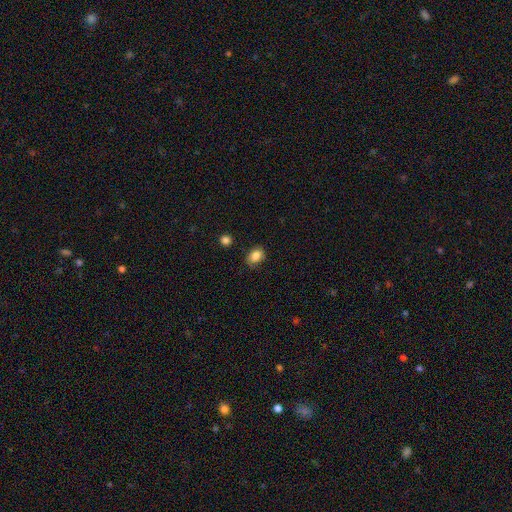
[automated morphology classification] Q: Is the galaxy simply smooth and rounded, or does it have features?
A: smooth — 84%.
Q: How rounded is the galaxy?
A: in between — 68%.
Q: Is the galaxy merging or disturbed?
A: none — 77%.